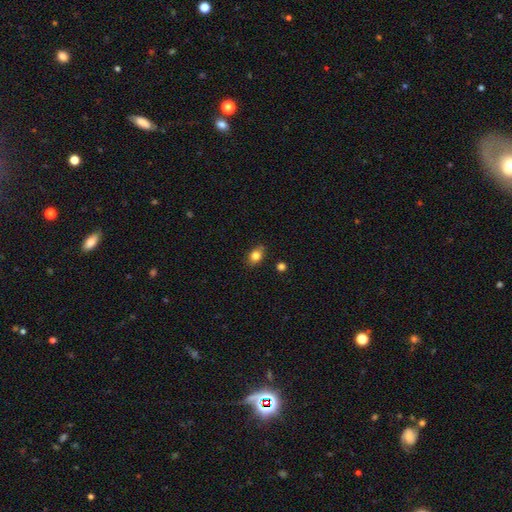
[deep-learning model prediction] smooth_or_featured: smooth (p=0.81) [alt: featured or disk p=0.10]
how_rounded: in between (p=0.75) [alt: round p=0.22]
merging: none (p=0.84) [alt: minor disturbance p=0.12]